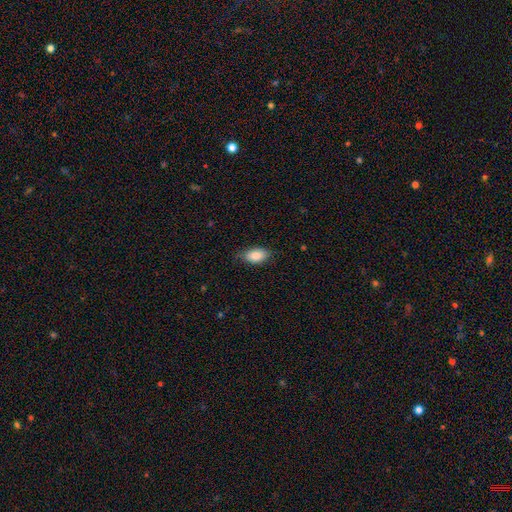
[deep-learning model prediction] Smooth or featured: smooth — 86% (featured or disk — 7%)
How rounded: in between — 92% (round — 5%)
Merging: none — 74% (minor disturbance — 21%)